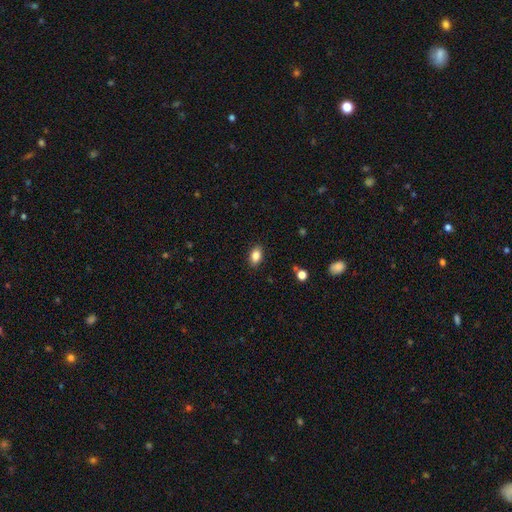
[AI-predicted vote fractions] Morphology: type=smooth (85%); roundness=in between (87%); merging=none (88%).